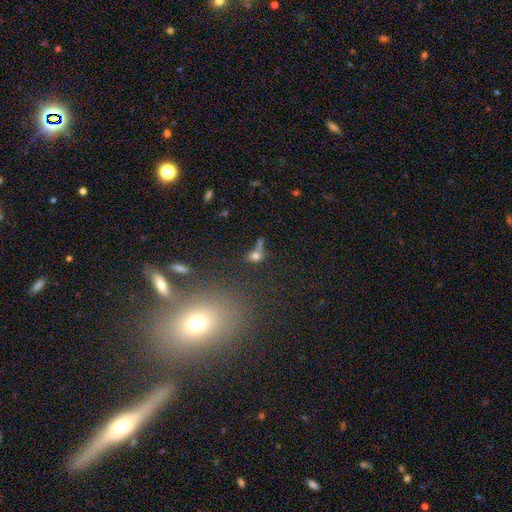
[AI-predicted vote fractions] The model was most divided on "merging": merger: 39%, none: 34%, minor disturbance: 14%, major disturbance: 13%. More confident: smooth or featured — smooth (68%); how rounded — in between (54%).